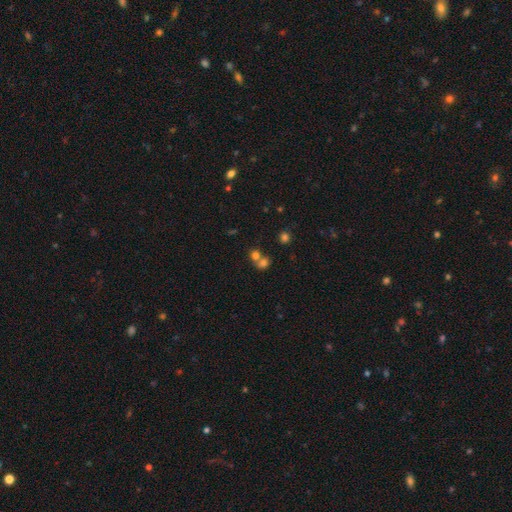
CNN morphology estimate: smooth 70%, star or artifact 18%, featured or disk 12%. Down the decision tree: how rounded — round (68%); merging — merger (52%).